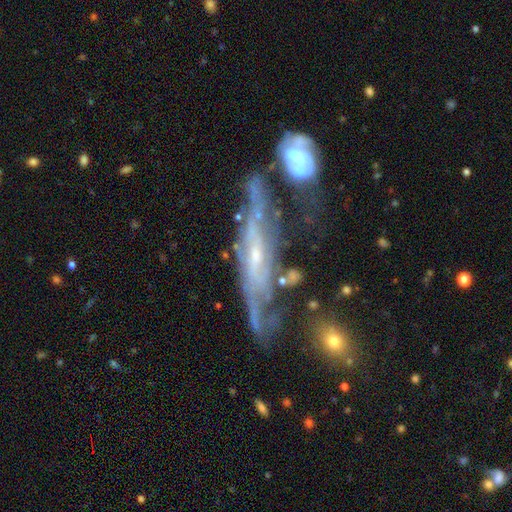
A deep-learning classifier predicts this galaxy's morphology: type=featured or disk (80%); edge-on=no (52%); merging=none (54%).